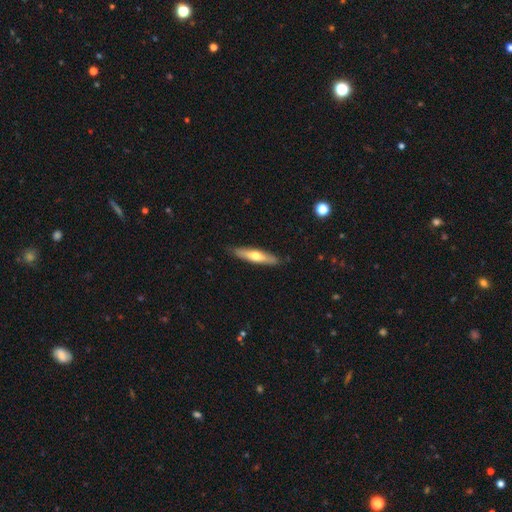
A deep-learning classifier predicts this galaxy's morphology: A smooth galaxy with no disk features (51%) that is cigar-shaped (80%). Merging: none (88%).